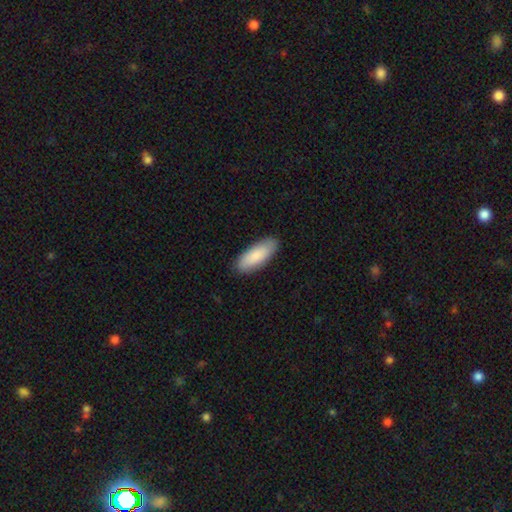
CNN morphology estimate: This is clearly a smooth galaxy (87%). How rounded: likely in between (75%). Merging: clearly none (88%).